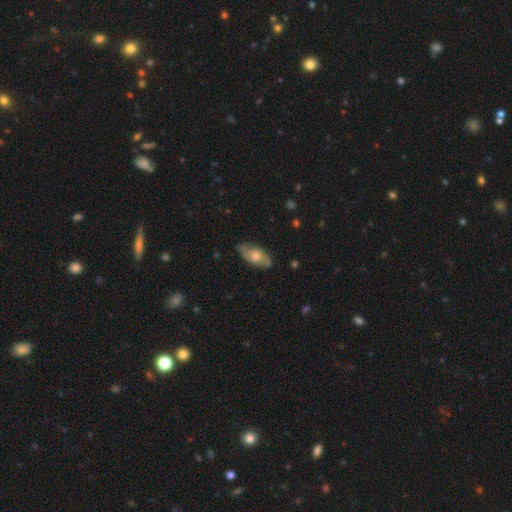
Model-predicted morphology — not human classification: This is likely a featured or disk galaxy (62%). It is clearly not viewed edge-on (85%). Bar: likely no (71%). Spiral arm pattern: likely yes (78%). Central bulge: likely moderate (63%). Merging: likely none (78%).